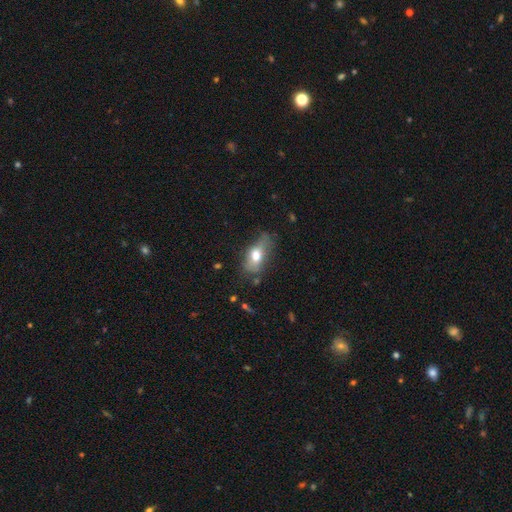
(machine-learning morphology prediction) Overall: smooth (66%). How rounded: in between (82%). Merging: none (48%; minor disturbance 32%).